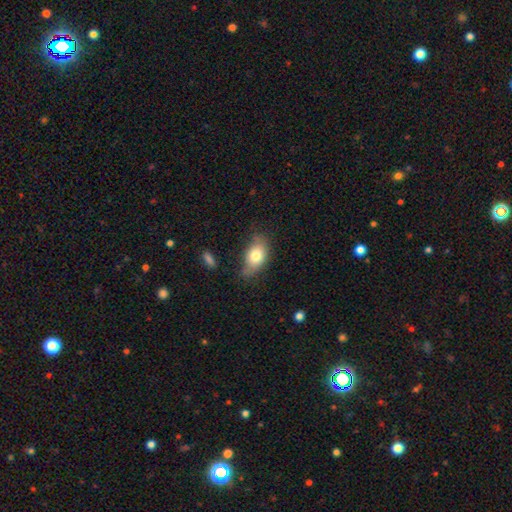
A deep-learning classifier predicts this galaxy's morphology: smooth_or_featured: smooth (p=0.76) [alt: featured or disk p=0.17]
how_rounded: in between (p=0.88) [alt: round p=0.09]
merging: none (p=0.57) [alt: minor disturbance p=0.32]